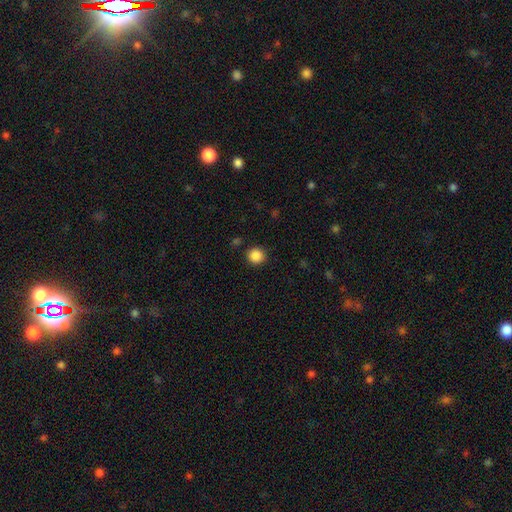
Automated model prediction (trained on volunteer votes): This appears to be a smooth galaxy with no disk features (87%) that is round (92%). Merging: none (90%).